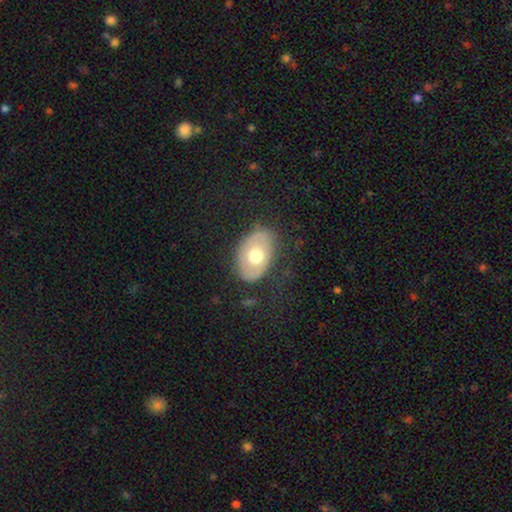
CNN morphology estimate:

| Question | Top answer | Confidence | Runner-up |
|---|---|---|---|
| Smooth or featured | smooth | 55% | featured or disk (38%) |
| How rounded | in between | 83% | round (16%) |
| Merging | none | 75% | minor disturbance (16%) |